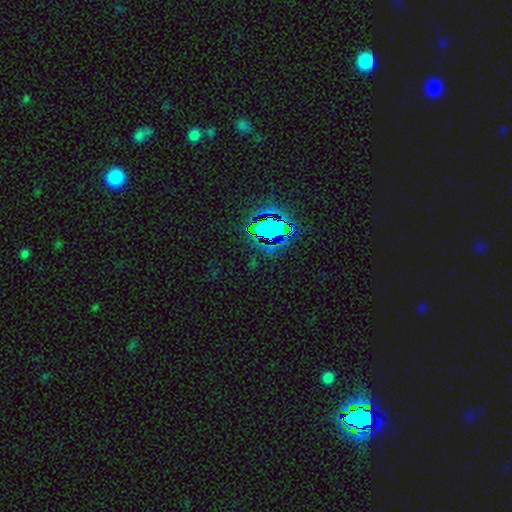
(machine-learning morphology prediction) Smooth or featured? star or artifact (81%)